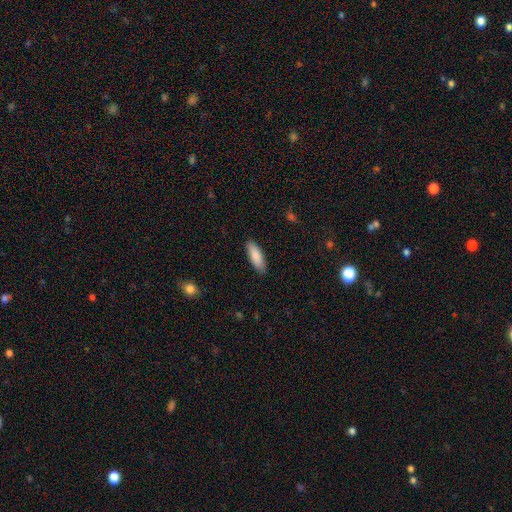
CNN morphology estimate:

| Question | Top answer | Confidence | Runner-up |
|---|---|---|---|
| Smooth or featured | smooth | 88% | featured or disk (6%) |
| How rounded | in between | 57% | cigar-shaped (42%) |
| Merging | none | 88% | minor disturbance (9%) |